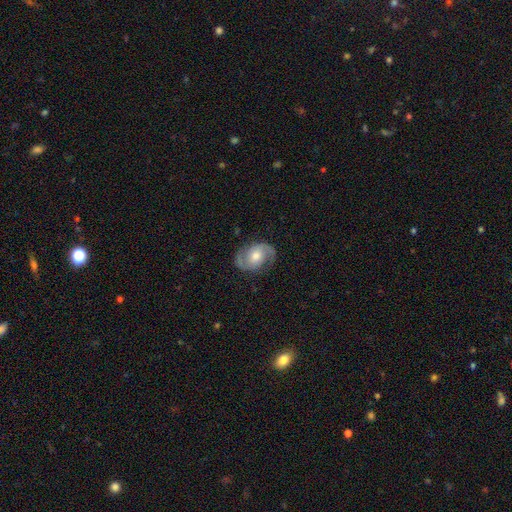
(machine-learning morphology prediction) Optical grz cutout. It shows a featured or disk galaxy (84%) with no bar (63%), 2 (92%) medium (54%) spiral arms (96%) and a moderate central bulge (68%). Merging: none (82%).